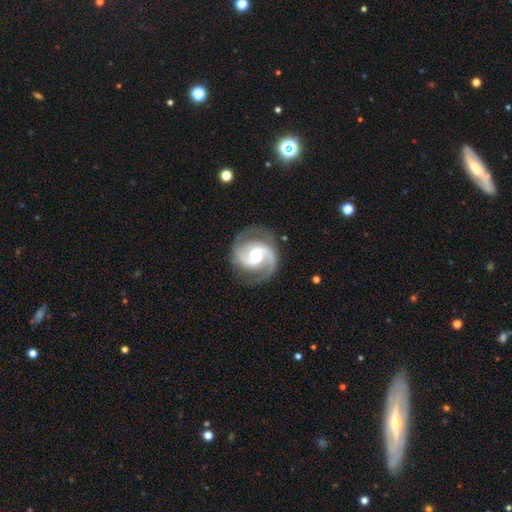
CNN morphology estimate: smooth-or-featured: featured or disk: 92% | smooth: 4% | star or artifact: 4%
  disk-edge-on: no: 98% | yes: 2%
    bar: no: 44% (tied) | weak: 44% (tied) | strong: 12%
    has-spiral-arms: yes: 98% | no: 2%
      spiral-winding: medium: 58% | tight: 26% | loose: 16%
      spiral-arm-count: 2: 92% | can't tell: 2% | 1: 2% | 3: 2% | 4: 1% | more than 4: 1%
    bulge-size: moderate: 64% | small: 25% | large: 8% | none: 1% | dominant: 1%
  merging: none: 80% | minor disturbance: 13% | major disturbance: 5% | merger: 1%